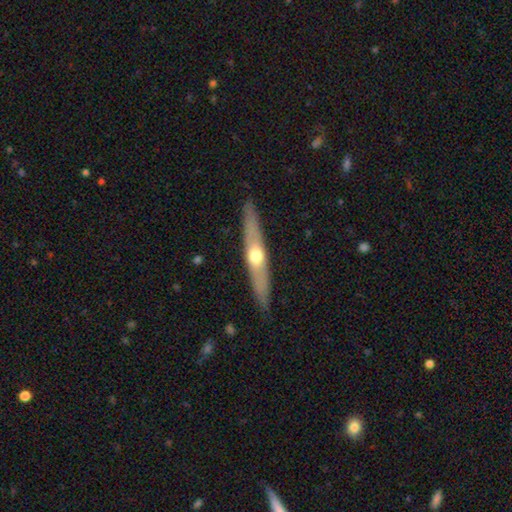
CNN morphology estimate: Smooth or featured? featured or disk (59%)
Edge-on disk? yes (89%)
Edge-on bulge? rounded (89%)
Merging? none (87%)